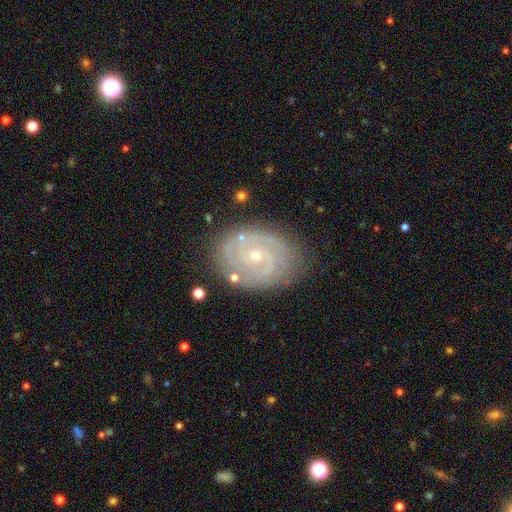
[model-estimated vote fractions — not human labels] Smooth or featured? Predicted: featured or disk (p=0.88). Edge-on disk? Predicted: no (p=0.97). Bar? Predicted: no (p=0.65). Spiral arms? Predicted: yes (p=0.97). Spiral winding? Predicted: tight (p=0.72). Spiral arm count? Predicted: 2 (p=0.58). Bulge size? Predicted: small (p=0.69). Merging? Predicted: none (p=0.80).